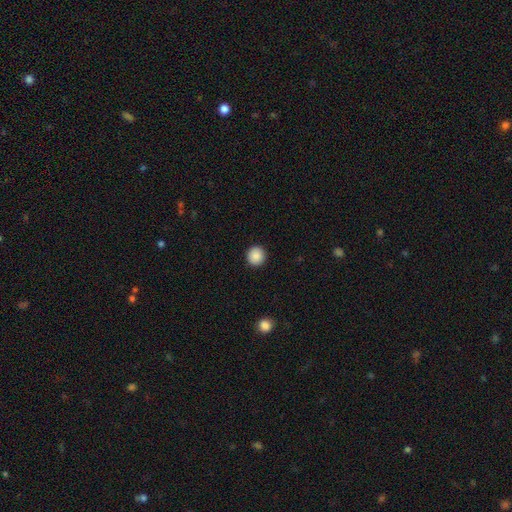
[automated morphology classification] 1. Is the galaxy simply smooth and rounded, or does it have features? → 88% smooth, 9% star or artifact, 4% featured or disk.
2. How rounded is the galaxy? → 95% round, 5% in between, 1% cigar-shaped.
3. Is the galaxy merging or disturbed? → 93% none, 4% minor disturbance, 2% major disturbance, 1% merger.